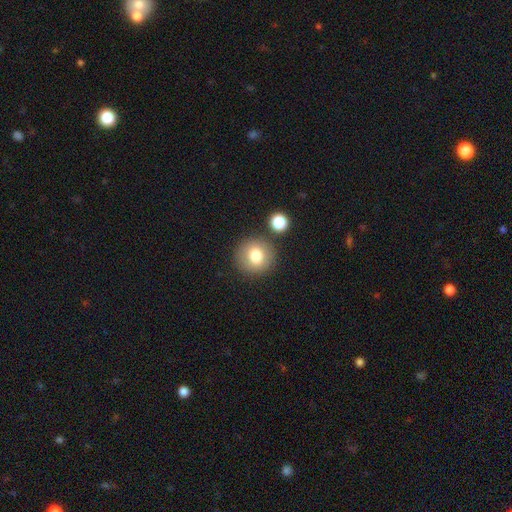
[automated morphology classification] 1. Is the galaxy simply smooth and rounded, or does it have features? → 77% smooth, 13% featured or disk, 10% star or artifact.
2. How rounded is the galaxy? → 93% round, 6% in between, 1% cigar-shaped.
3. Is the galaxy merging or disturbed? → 82% none, 8% minor disturbance, 8% merger, 3% major disturbance.